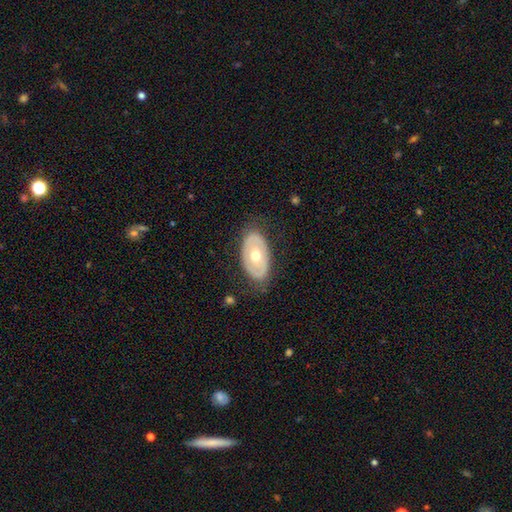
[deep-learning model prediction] Q: Smooth or featured?
A: featured or disk (53%); runner-up: smooth (42%)
Q: Edge-on disk?
A: no (88%); runner-up: yes (12%)
Q: Merging?
A: none (77%); runner-up: minor disturbance (16%)